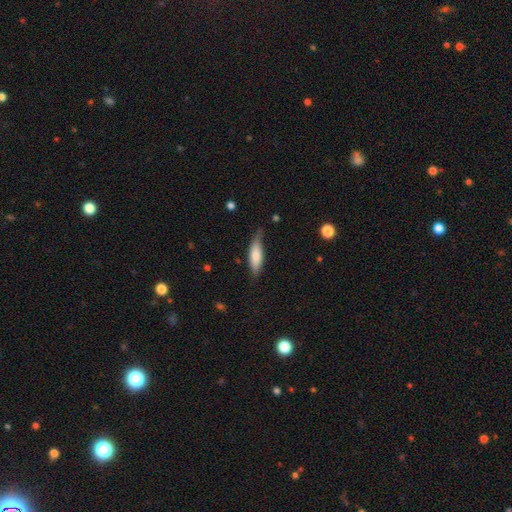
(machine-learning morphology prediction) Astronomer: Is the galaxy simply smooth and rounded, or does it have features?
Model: smooth — 76%.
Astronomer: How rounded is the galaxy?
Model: cigar-shaped — 53% (runner-up: in between, 45%).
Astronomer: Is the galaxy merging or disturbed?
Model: none — 65%.